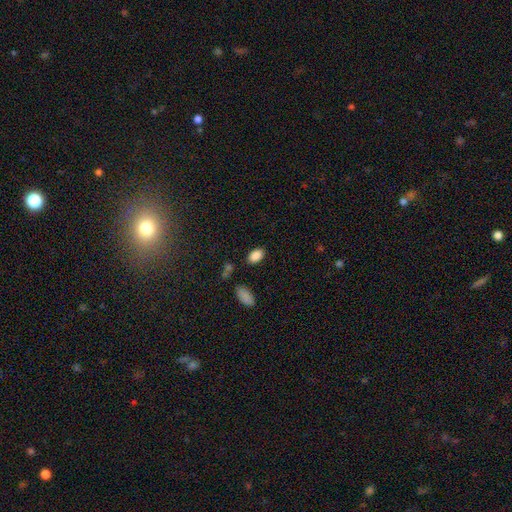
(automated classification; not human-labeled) Smooth or featured? smooth (87%)
How rounded? in between (91%)
Merging? none (82%)